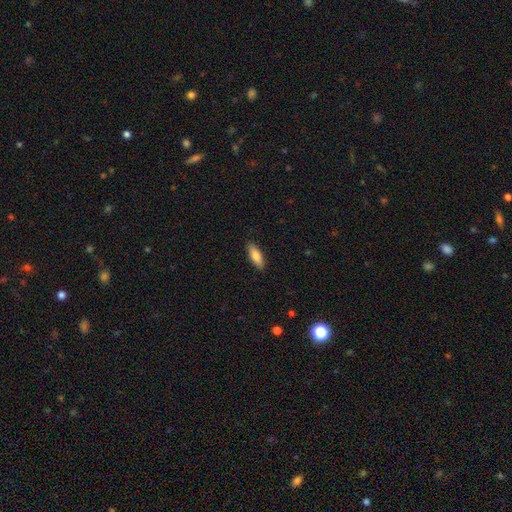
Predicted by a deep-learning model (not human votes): A smooth galaxy with no disk features (82%) that is in between round and cigar-shaped (63%). Merging: none (88%).